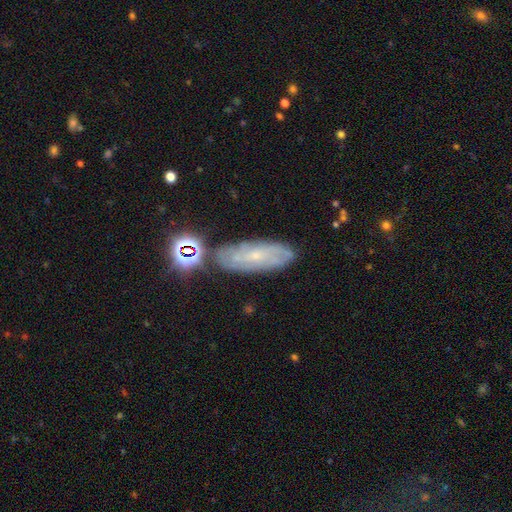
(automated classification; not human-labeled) This is likely a featured or disk galaxy (60%). It is clearly not viewed edge-on (85%). Bar: likely no (69%). Spiral arm pattern: likely yes (80%). Central bulge: likely small (78%). Merging: likely none (77%).